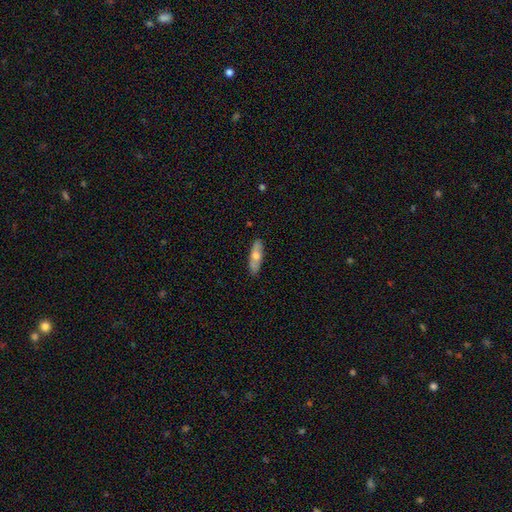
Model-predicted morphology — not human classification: smooth_or_featured: smooth (p=0.55) [alt: featured or disk p=0.39]
how_rounded: in between (p=0.52) [alt: cigar-shaped p=0.45]
merging: none (p=0.85) [alt: minor disturbance p=0.12]